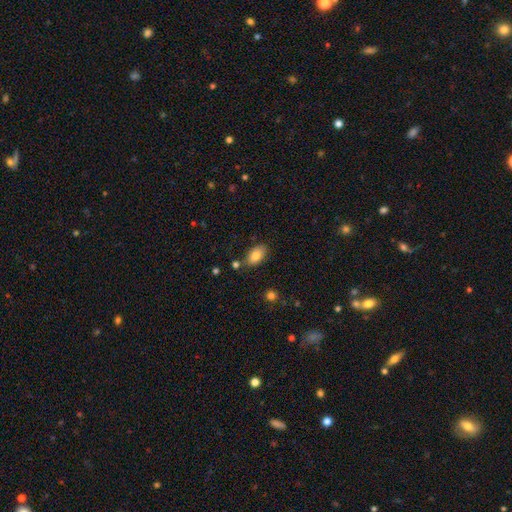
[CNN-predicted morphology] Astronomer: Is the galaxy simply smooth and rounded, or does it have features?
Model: smooth — 82%.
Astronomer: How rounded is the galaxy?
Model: in between — 92%.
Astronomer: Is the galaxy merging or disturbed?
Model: none — 77%.